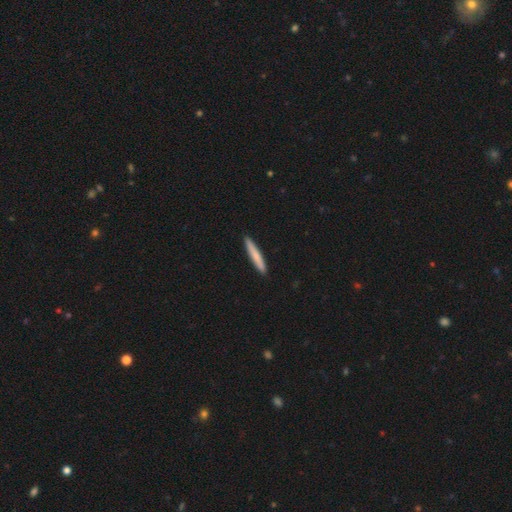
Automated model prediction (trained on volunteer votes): Smooth or featured?
  - smooth: 77% *
  - featured or disk: 17%
  - star or artifact: 5%
How rounded?
  - cigar-shaped: 95% *
  - in between: 4%
  - round: 1%
Merging?
  - none: 91% *
  - minor disturbance: 6%
  - major disturbance: 1%
  - merger: 1%